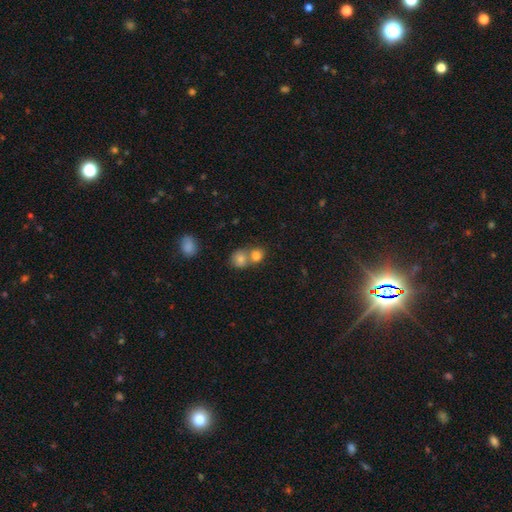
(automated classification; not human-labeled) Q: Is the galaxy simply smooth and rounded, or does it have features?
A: smooth — 80%.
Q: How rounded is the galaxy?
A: round — 73%.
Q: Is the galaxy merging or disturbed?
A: merger — 59%.